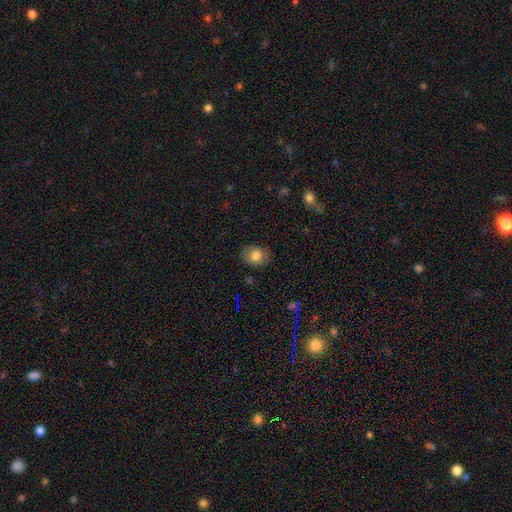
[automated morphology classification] This appears to be a smooth galaxy with no disk features (78%) that is in between round and cigar-shaped (57%). Merging: none (82%).